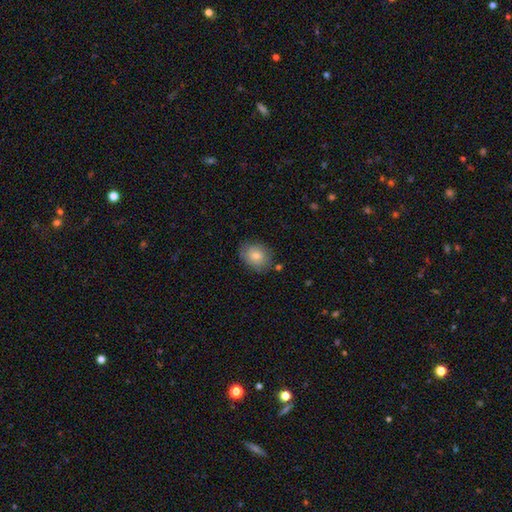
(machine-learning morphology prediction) Smooth or featured?
  - smooth: 76% *
  - featured or disk: 15%
  - star or artifact: 9%
How rounded?
  - in between: 54% *
  - round: 45%
  - cigar-shaped: 1%
Merging?
  - none: 79% *
  - minor disturbance: 15%
  - major disturbance: 3%
  - merger: 2%